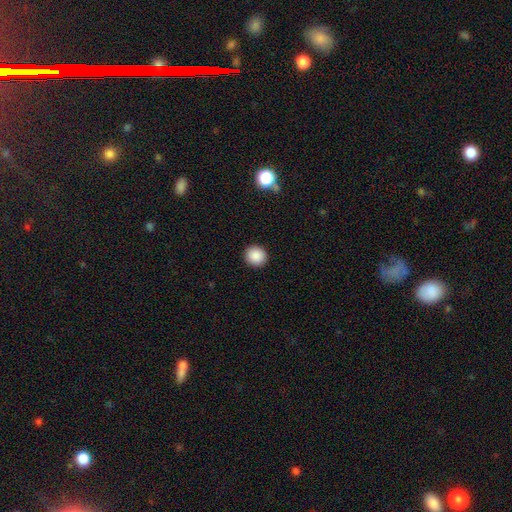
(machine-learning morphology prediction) This is clearly a smooth galaxy (89%). How rounded: clearly round (91%). Merging: clearly none (93%).